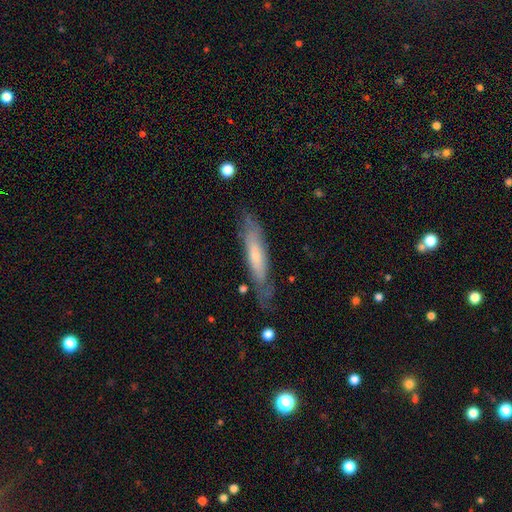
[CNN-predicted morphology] Smooth or featured? smooth (49%)
Merging? none (68%)